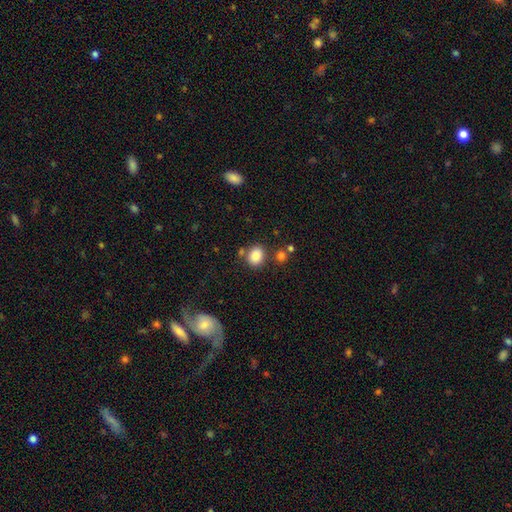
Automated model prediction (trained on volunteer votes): smooth 85%, star or artifact 10%, featured or disk 5%. Down the decision tree: how rounded — in between (53%); merging — none (73%).